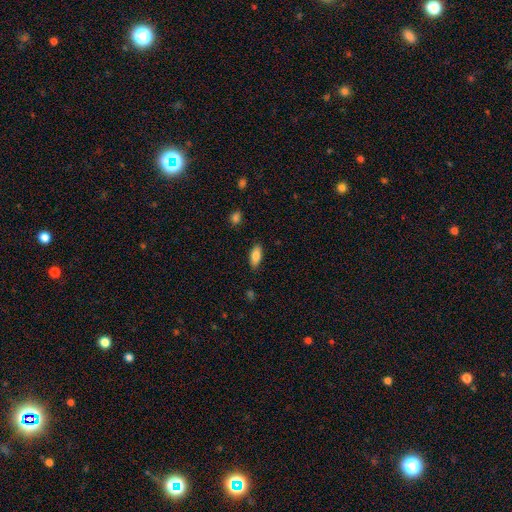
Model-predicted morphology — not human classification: Q: Smooth or featured?
A: smooth (84%); runner-up: featured or disk (9%)
Q: How rounded?
A: in between (83%); runner-up: cigar-shaped (15%)
Q: Merging?
A: none (85%); runner-up: minor disturbance (11%)